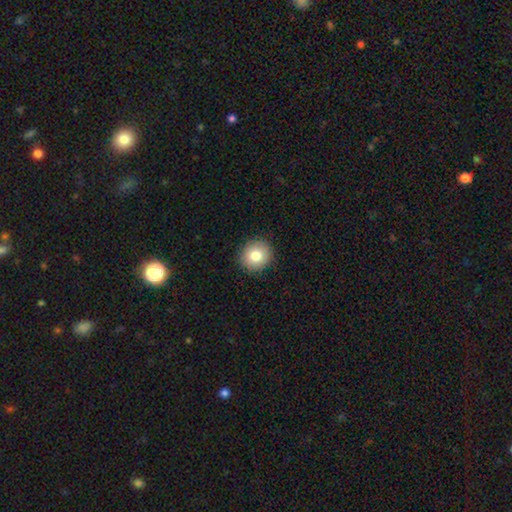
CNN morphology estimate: type=smooth (80%); roundness=round (85%); merging=none (91%).